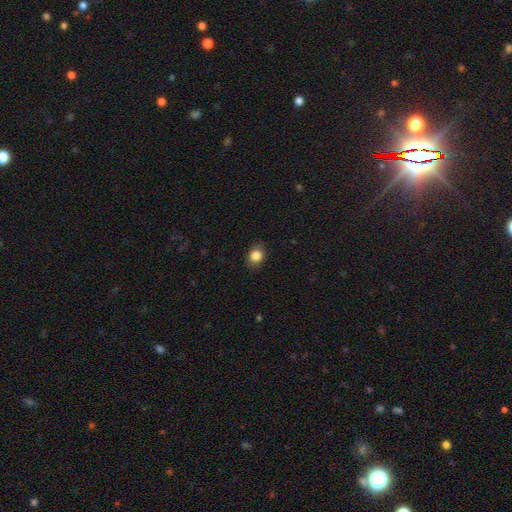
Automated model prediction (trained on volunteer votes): smooth_or_featured: smooth (p=0.84) [alt: star or artifact p=0.09]
how_rounded: round (p=0.50) [alt: in between p=0.49]
merging: none (p=0.86) [alt: minor disturbance p=0.11]